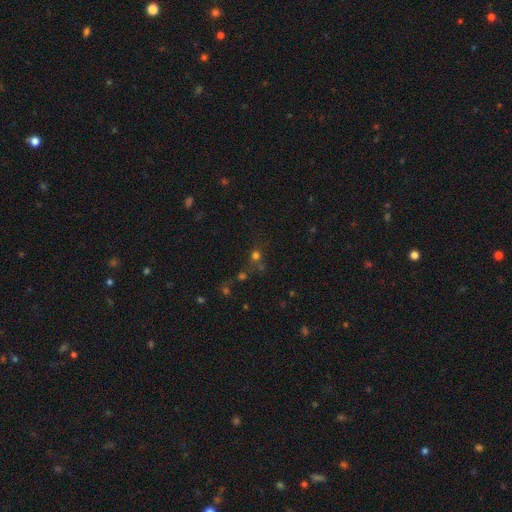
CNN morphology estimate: smooth 56%, star or artifact 35%, featured or disk 9%. Down the decision tree: how rounded — round (87%); merging — none (59%).